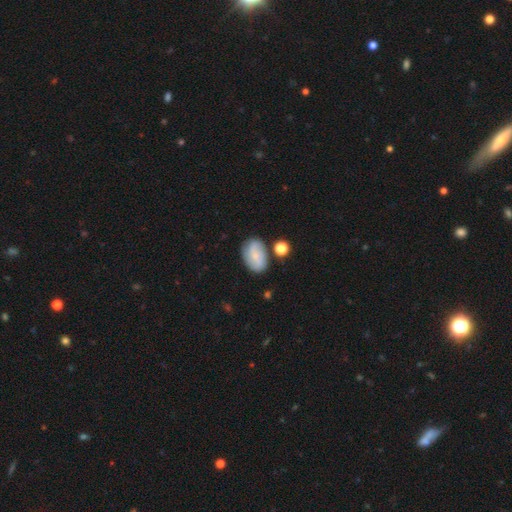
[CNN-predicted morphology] A featured or disk galaxy (47%).

Vote fractions:
- Smooth or featured? featured or disk: 47% / smooth: 45% / star or artifact: 8%
- Merging? none: 71% / minor disturbance: 17% / merger: 7% / major disturbance: 5%